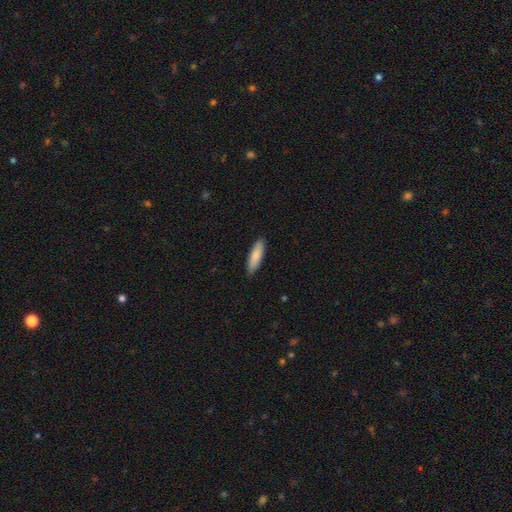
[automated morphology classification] smooth 84%, featured or disk 10%, star or artifact 5%. Down the decision tree: how rounded — cigar-shaped (61%); merging — none (88%).